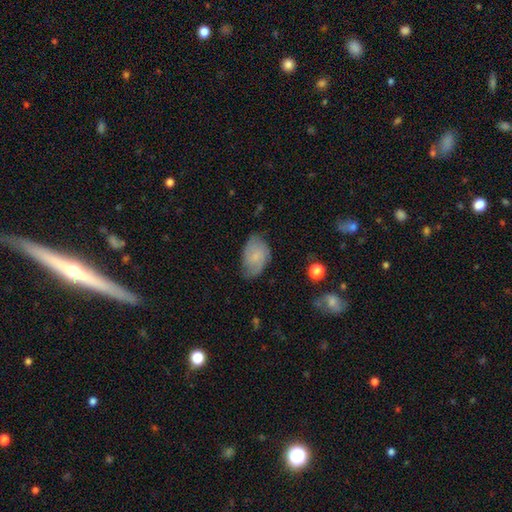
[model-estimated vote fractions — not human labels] The model was most divided on "smooth or featured": smooth: 50%, featured or disk: 43%, star or artifact: 8%. More confident: merging — none (62%).